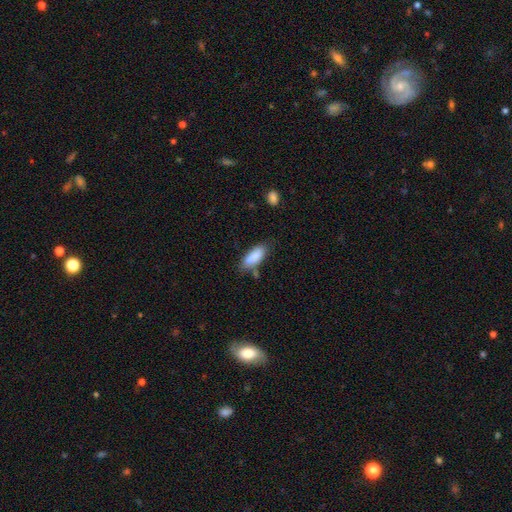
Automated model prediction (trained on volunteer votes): Overall: smooth (87%). How rounded: in between (75%). Merging: none (66%).